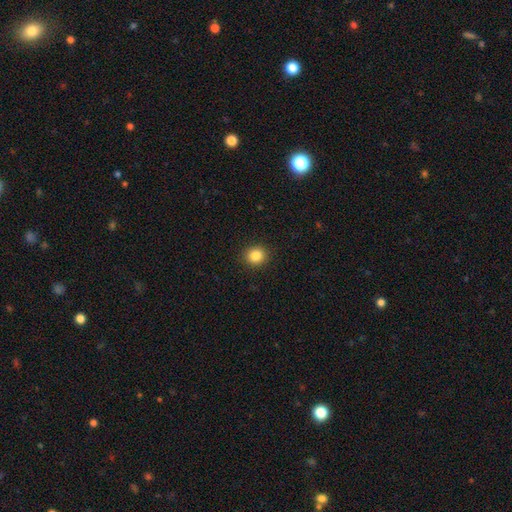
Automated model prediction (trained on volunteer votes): The model was most divided on "how rounded": round: 84%, in between: 16%, cigar-shaped: 1%. More confident: merging — none (91%); smooth or featured — smooth (84%).